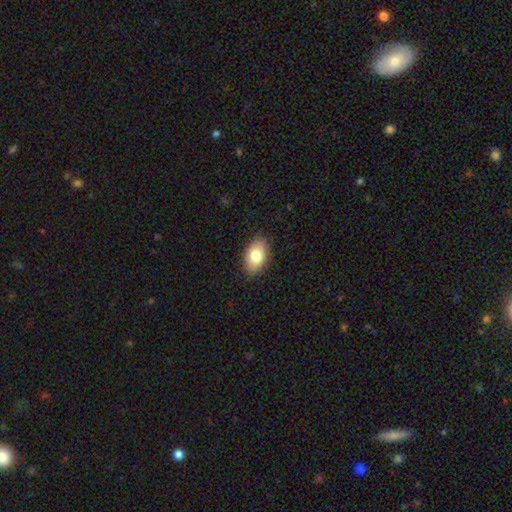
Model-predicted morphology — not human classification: smooth-or-featured: smooth: 82% | featured or disk: 11% | star or artifact: 7%
  how-rounded: in between: 92% | round: 7% | cigar-shaped: 1%
  merging: none: 87% | minor disturbance: 10% | major disturbance: 2% | merger: 1%